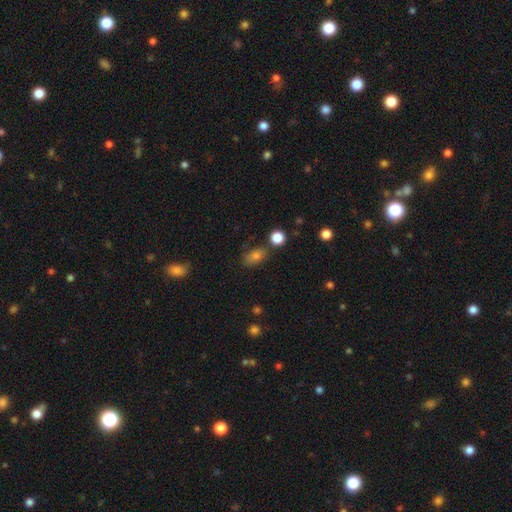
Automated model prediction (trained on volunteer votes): smooth_or_featured: smooth (p=0.78) [alt: star or artifact p=0.13]
how_rounded: in between (p=0.81) [alt: round p=0.16]
merging: none (p=0.69) [alt: minor disturbance p=0.18]